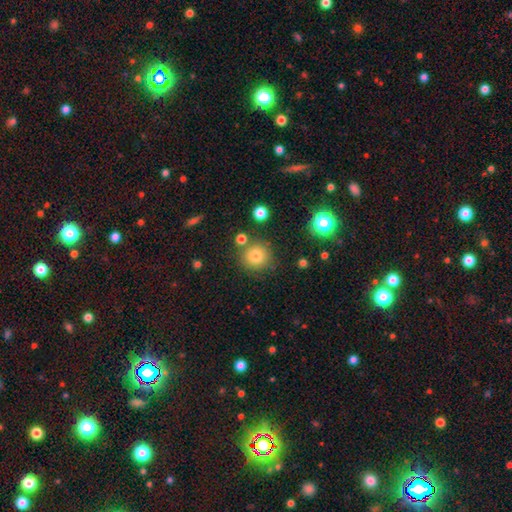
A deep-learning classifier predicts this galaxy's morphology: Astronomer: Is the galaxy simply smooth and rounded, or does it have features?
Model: smooth — 78%.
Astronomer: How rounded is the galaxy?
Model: round — 93%.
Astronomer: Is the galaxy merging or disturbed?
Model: none — 81%.